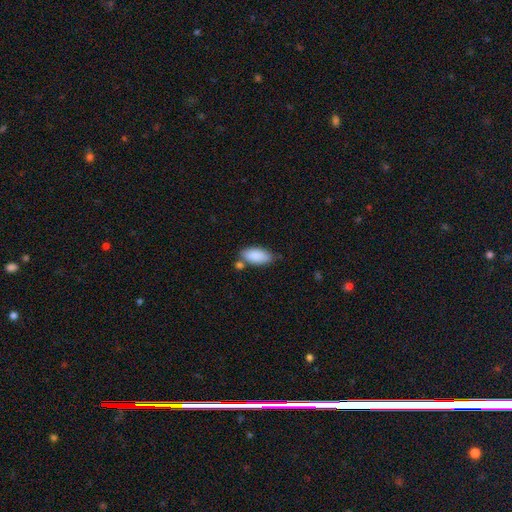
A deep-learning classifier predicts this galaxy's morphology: Smooth or featured? smooth (88%)
How rounded? in between (91%)
Merging? none (66%)